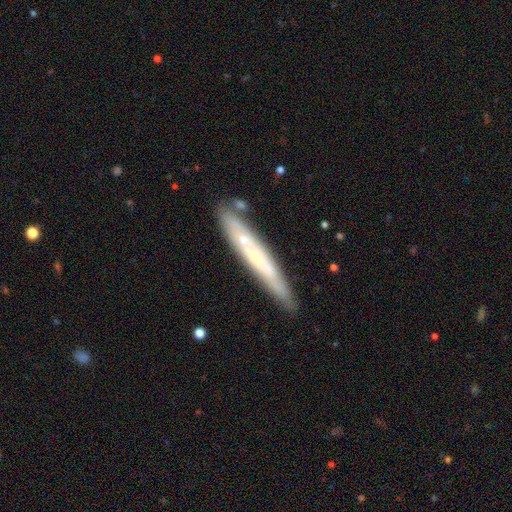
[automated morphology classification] Smooth or featured: featured or disk — 56% (smooth — 38%)
Edge-on disk: yes — 79% (no — 21%)
Merging: none — 80% (minor disturbance — 14%)